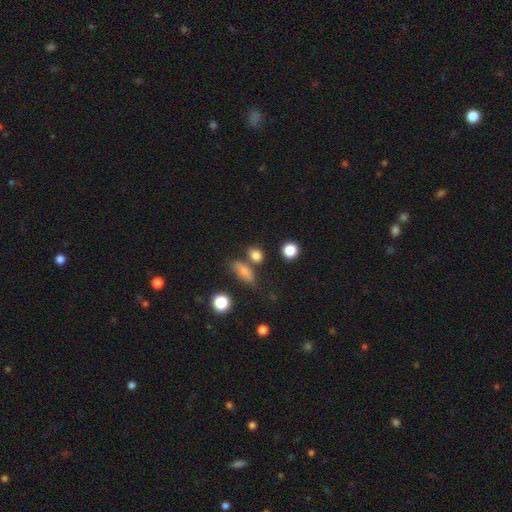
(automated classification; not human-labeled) This appears to be a smooth galaxy with no disk features (80%) that is in between round and cigar-shaped (55%). Merging: none (64%).